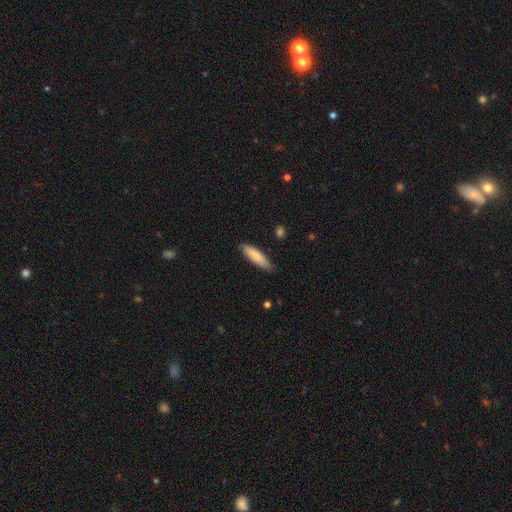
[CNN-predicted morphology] smooth_or_featured: smooth (p=0.81) [alt: featured or disk p=0.14]
how_rounded: cigar-shaped (p=0.67) [alt: in between p=0.31]
merging: none (p=0.83) [alt: minor disturbance p=0.13]